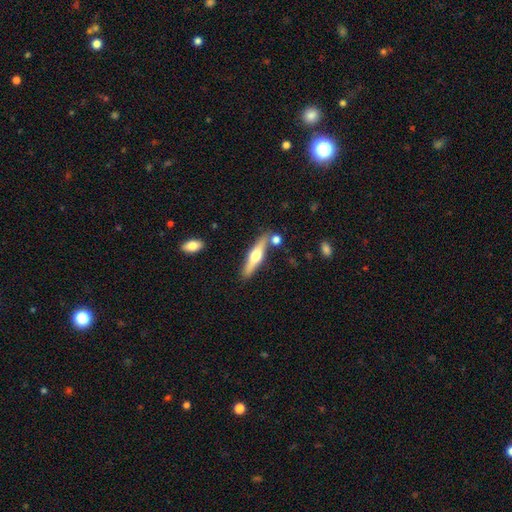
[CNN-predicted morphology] A featured or disk galaxy (61%) viewed edge-on (95%) with a rounded central bulge (94%). Merging: none (79%).